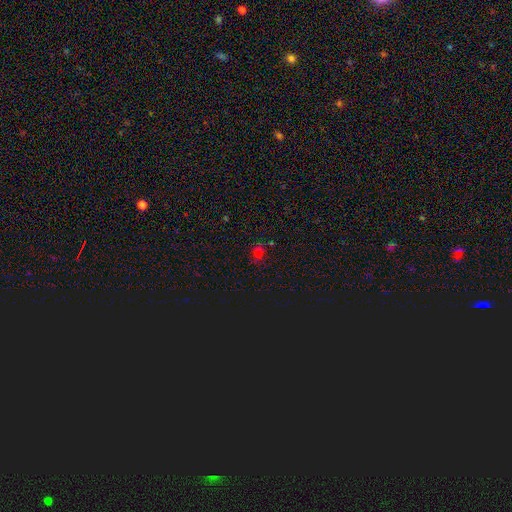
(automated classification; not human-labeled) smooth_or_featured: smooth (p=0.47) [alt: star or artifact p=0.45]
merging: none (p=0.65) [alt: minor disturbance p=0.20]